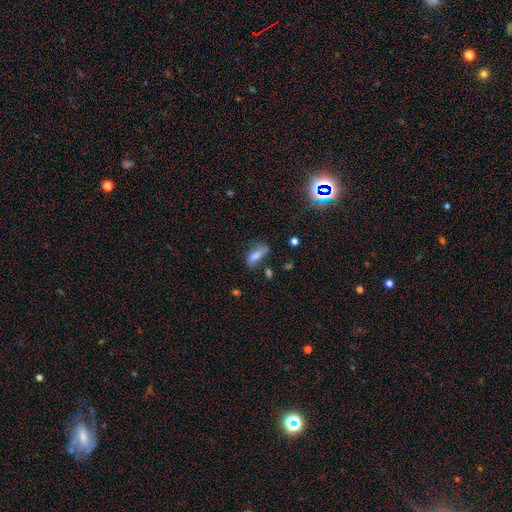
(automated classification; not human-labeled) A smooth galaxy with no disk features (72%) that is in between round and cigar-shaped (73%). Merging: none (46%).